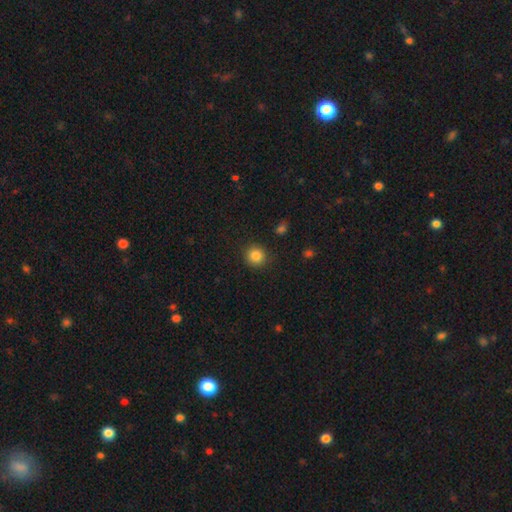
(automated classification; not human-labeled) Morphology: type=smooth (85%); roundness=round (92%); merging=none (90%).